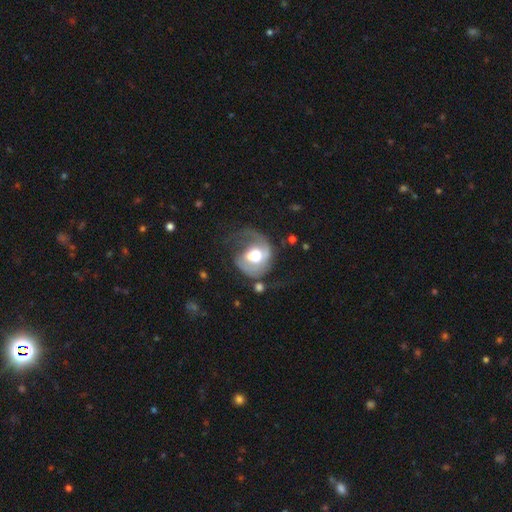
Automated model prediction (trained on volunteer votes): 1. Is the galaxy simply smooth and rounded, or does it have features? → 66% featured or disk, 27% smooth, 7% star or artifact.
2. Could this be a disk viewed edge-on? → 97% no, 3% yes.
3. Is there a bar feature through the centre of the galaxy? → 68% no, 25% weak, 7% strong.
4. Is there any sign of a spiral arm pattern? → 77% yes, 23% no.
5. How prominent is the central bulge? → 59% moderate, 30% large, 6% small, 3% dominant, 1% none.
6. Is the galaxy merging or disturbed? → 42% major disturbance, 27% none, 18% minor disturbance, 13% merger.